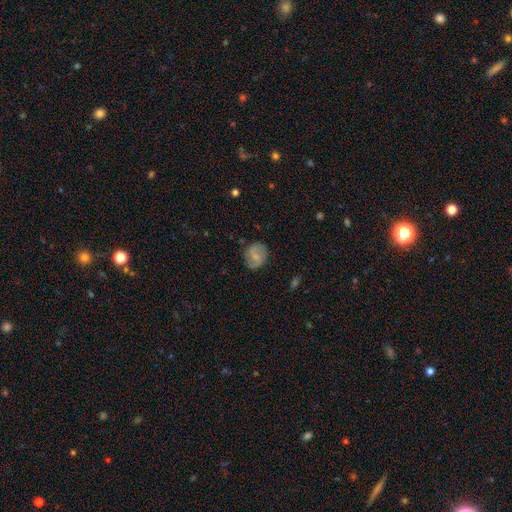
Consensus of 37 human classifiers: smooth-or-featured: featured or disk: 54% | smooth: 43% | star or artifact: 3%
  disk-edge-on: no: 100% | yes: 0%
    bar: no: 50% | weak: 40% | strong: 10%
    has-spiral-arms: yes: 90% | no: 10%
      spiral-winding: loose: 56% | medium: 39% | tight: 6%
      spiral-arm-count: 2: 83% | can't tell: 11% | more than 4: 6% | 1: 0% | 3: 0% | 4: 0%
    bulge-size: small: 45% | moderate: 40% | none: 15% | dominant: 0% | large: 0%
  merging: none: 81% | minor disturbance: 17% | merger: 3% | major disturbance: 0%